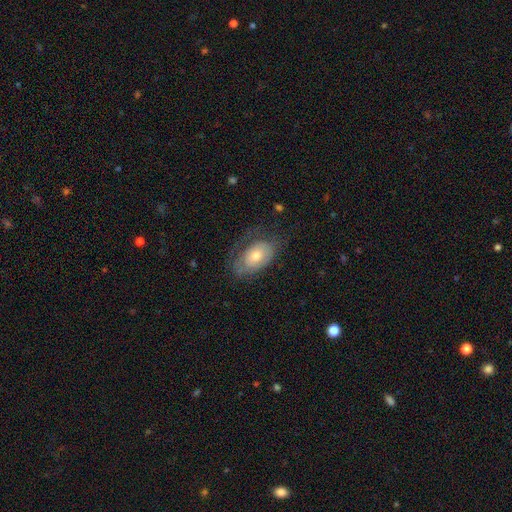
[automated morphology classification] This is possibly a smooth galaxy (52%). How rounded: clearly in between (90%). Merging: possibly none (54%).